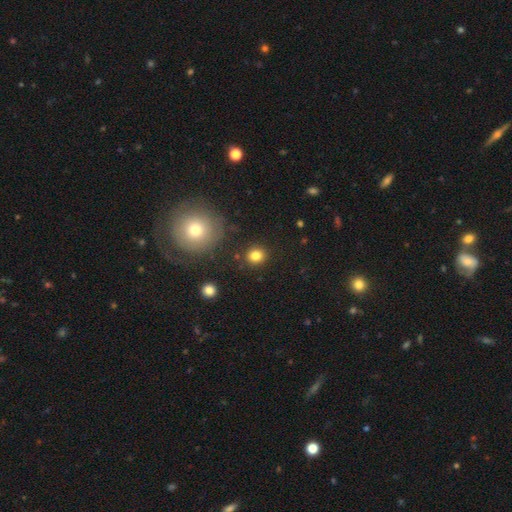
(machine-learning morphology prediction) Smooth or featured?
  - smooth: 83% *
  - star or artifact: 12%
  - featured or disk: 5%
How rounded?
  - round: 81% *
  - in between: 18%
  - cigar-shaped: 1%
Merging?
  - none: 88% *
  - minor disturbance: 7%
  - merger: 3%
  - major disturbance: 3%